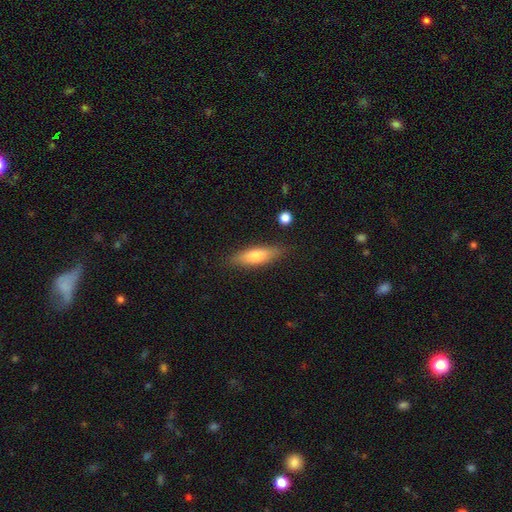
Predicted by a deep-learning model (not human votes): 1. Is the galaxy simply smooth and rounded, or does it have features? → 68% smooth, 25% featured or disk, 7% star or artifact.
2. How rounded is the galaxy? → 60% cigar-shaped, 38% in between, 2% round.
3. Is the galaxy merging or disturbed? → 85% none, 11% minor disturbance, 2% major disturbance, 2% merger.